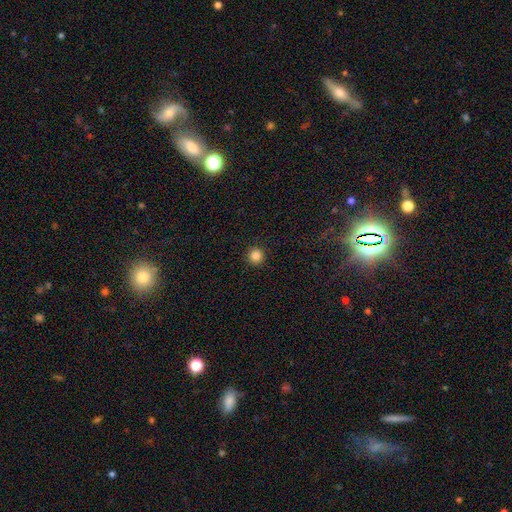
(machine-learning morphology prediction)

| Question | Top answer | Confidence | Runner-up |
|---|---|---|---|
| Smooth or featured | smooth | 85% | star or artifact (11%) |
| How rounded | round | 96% | in between (3%) |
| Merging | none | 93% | minor disturbance (5%) |